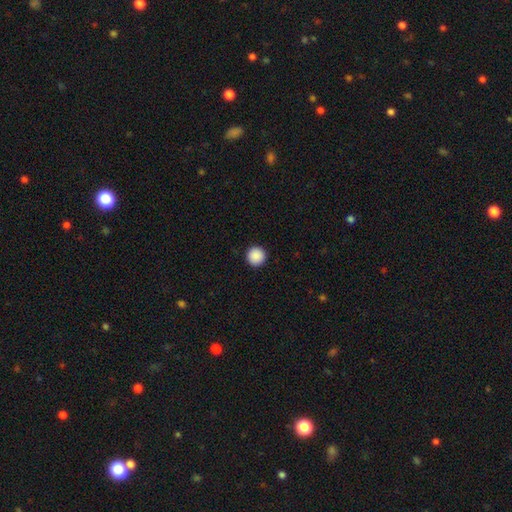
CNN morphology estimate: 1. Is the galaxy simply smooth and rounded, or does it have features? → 89% smooth, 9% star or artifact, 2% featured or disk.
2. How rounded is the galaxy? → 96% round, 3% in between, 1% cigar-shaped.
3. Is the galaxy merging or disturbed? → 93% none, 4% minor disturbance, 2% major disturbance, 1% merger.